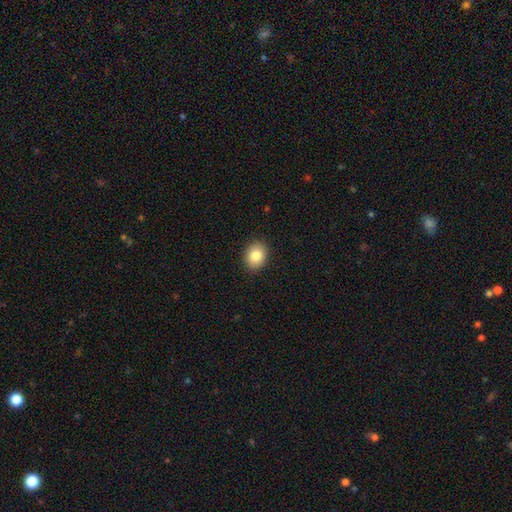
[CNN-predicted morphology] smooth 84%, star or artifact 9%, featured or disk 8%. Down the decision tree: how rounded — in between (51%); merging — none (90%).